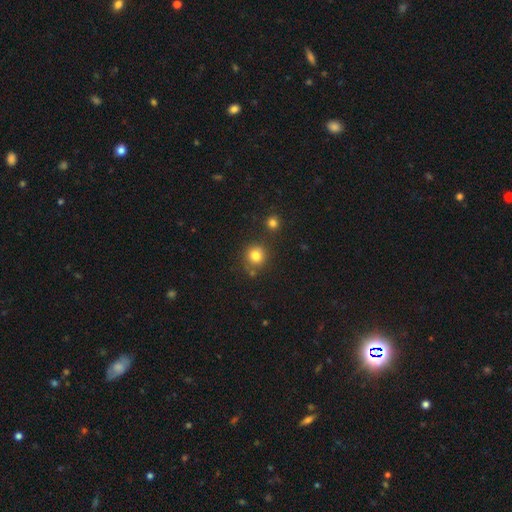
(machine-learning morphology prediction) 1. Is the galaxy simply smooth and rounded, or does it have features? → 81% smooth, 13% star or artifact, 7% featured or disk.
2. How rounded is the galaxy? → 88% round, 11% in between, 1% cigar-shaped.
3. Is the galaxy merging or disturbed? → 76% none, 12% minor disturbance, 9% merger, 4% major disturbance.